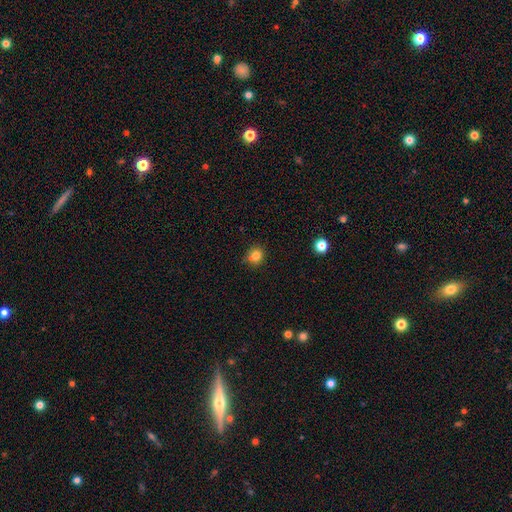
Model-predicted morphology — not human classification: This is likely a smooth galaxy (80%). How rounded: likely round (78%). Merging: likely none (72%).